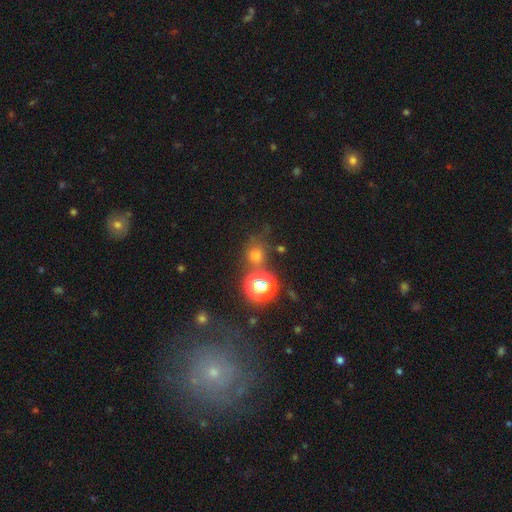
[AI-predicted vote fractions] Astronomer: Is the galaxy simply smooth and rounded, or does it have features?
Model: smooth — 62%.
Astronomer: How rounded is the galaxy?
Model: round — 84%.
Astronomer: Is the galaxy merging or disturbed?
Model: none — 69%.